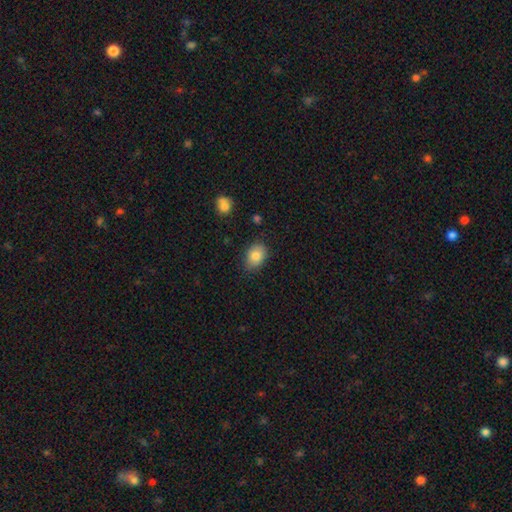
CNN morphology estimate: Smooth or featured?
  - smooth: 82% *
  - star or artifact: 9%
  - featured or disk: 9%
How rounded?
  - in between: 71% *
  - round: 28%
  - cigar-shaped: 1%
Merging?
  - none: 78% *
  - minor disturbance: 17%
  - major disturbance: 3%
  - merger: 2%